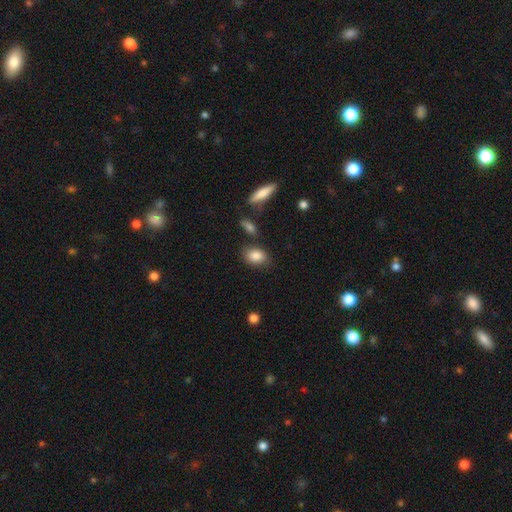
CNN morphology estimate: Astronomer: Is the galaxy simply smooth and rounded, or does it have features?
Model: smooth — 85%.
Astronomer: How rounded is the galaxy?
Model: in between — 77%.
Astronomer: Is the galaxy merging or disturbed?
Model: none — 76%.